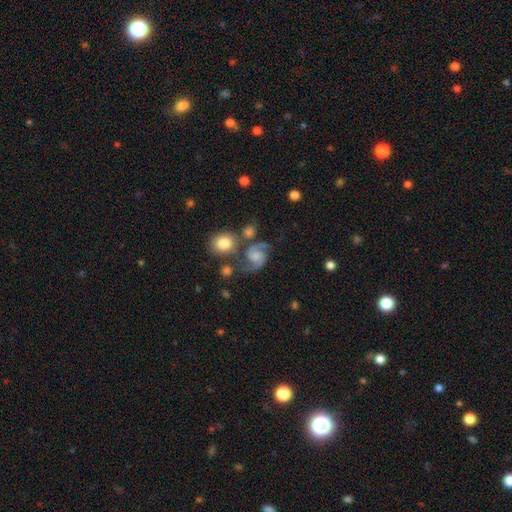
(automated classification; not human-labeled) Overall: featured or disk (84%). Edge-on disk: no (98%). Bar: no (58%; weak 35%). Spiral arms: yes (97%). Spiral arm count: 2 (93%). Spiral winding: medium (58%; loose 27%). Bulge size: moderate (35%; small 29%). Merging: none (59%).